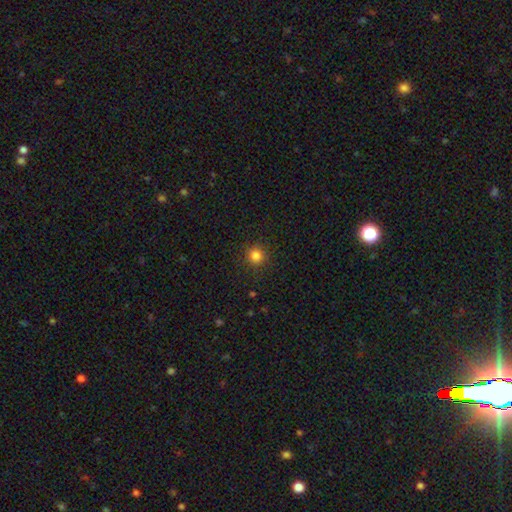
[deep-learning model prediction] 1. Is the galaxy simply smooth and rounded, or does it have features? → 83% smooth, 13% star or artifact, 4% featured or disk.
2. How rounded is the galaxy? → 92% round, 7% in between, 1% cigar-shaped.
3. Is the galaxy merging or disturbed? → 90% none, 6% minor disturbance, 2% major disturbance, 1% merger.